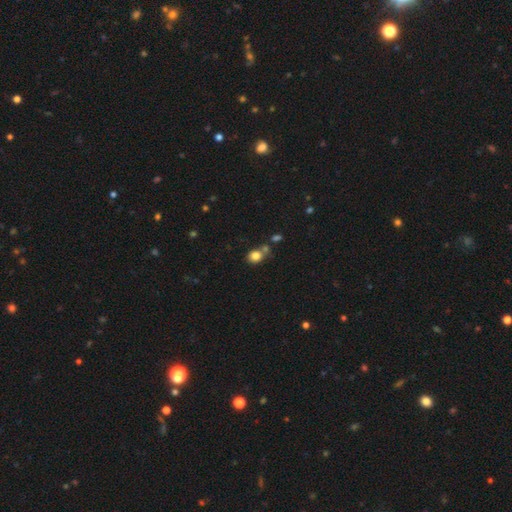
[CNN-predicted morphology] Smooth or featured?
  - smooth: 82% *
  - star or artifact: 11%
  - featured or disk: 7%
How rounded?
  - round: 71% *
  - in between: 28%
  - cigar-shaped: 1%
Merging?
  - none: 60% *
  - merger: 23%
  - minor disturbance: 13%
  - major disturbance: 4%